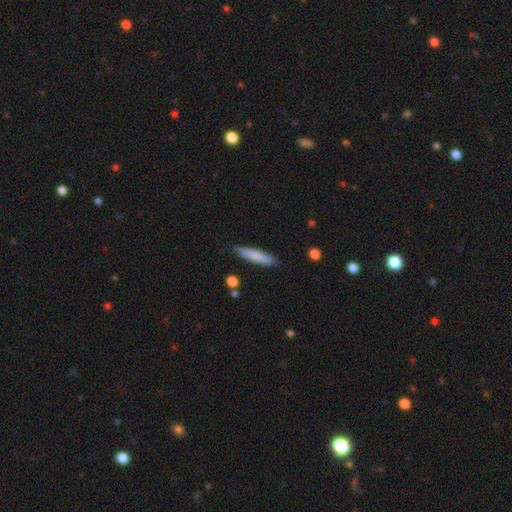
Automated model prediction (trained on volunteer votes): A smooth galaxy with no disk features (80%) that is cigar-shaped (85%).

Vote fractions:
- Smooth or featured? smooth: 80% / featured or disk: 14% / star or artifact: 6%
- How rounded? cigar-shaped: 85% / in between: 14% / round: 1%
- Merging? none: 85% / minor disturbance: 11% / major disturbance: 2% / merger: 2%